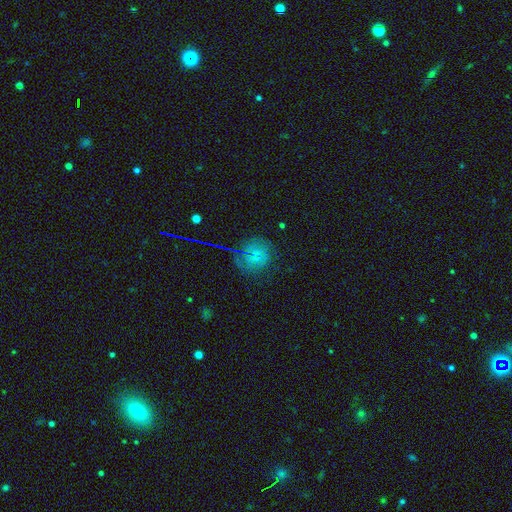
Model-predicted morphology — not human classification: Smooth or featured? smooth (48%)
Merging? none (73%)